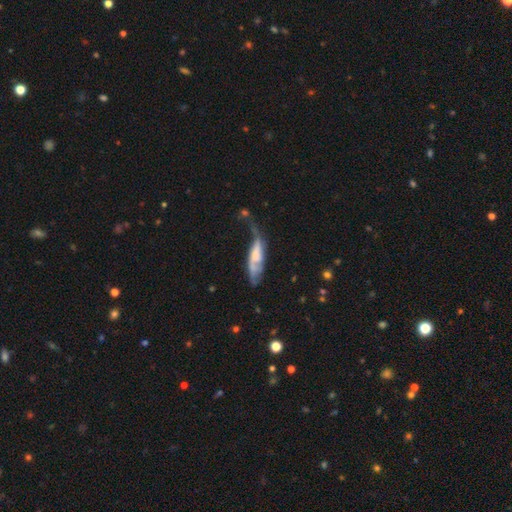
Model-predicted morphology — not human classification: Smooth or featured?
  - smooth: 47% *
  - featured or disk: 45%
  - star or artifact: 7%
Merging?
  - major disturbance: 37% *
  - minor disturbance: 29%
  - none: 23%
  - merger: 11%